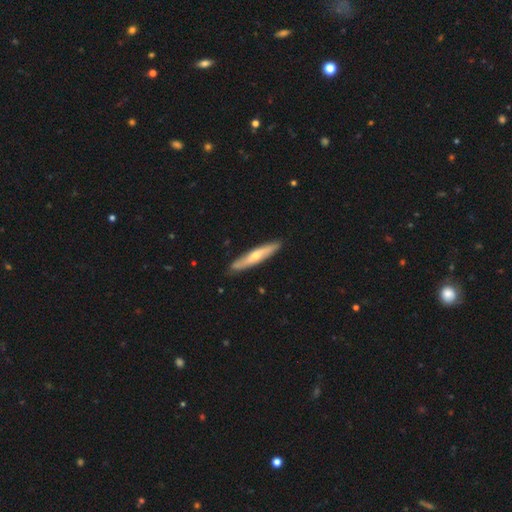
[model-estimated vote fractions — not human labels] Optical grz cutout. It shows a featured or disk galaxy (51%) viewed edge-on (80%). Merging: none (88%).